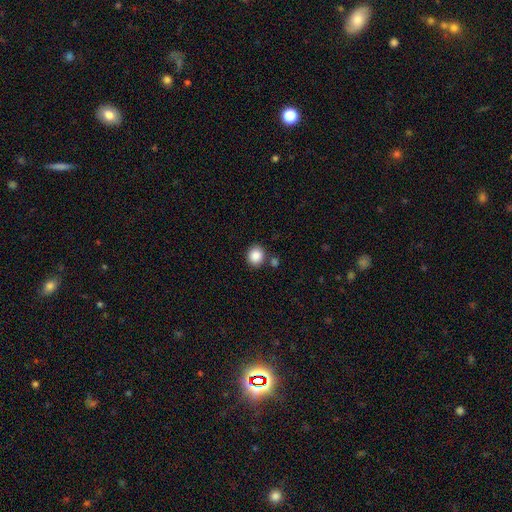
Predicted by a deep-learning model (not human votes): smooth 87%, star or artifact 9%, featured or disk 4%. Down the decision tree: how rounded — round (84%); merging — none (80%).